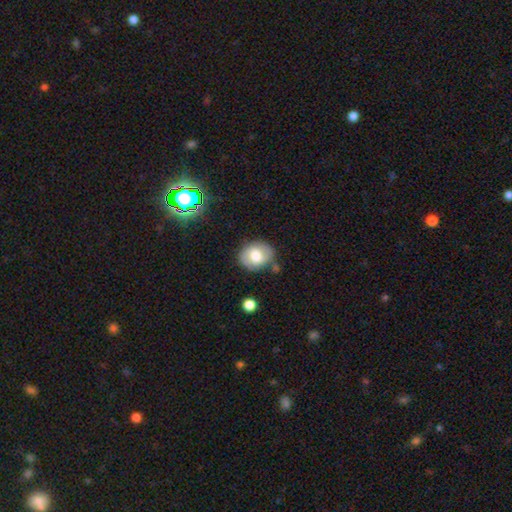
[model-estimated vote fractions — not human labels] Smooth or featured? smooth (64%)
How rounded? in between (56%)
Merging? none (75%)